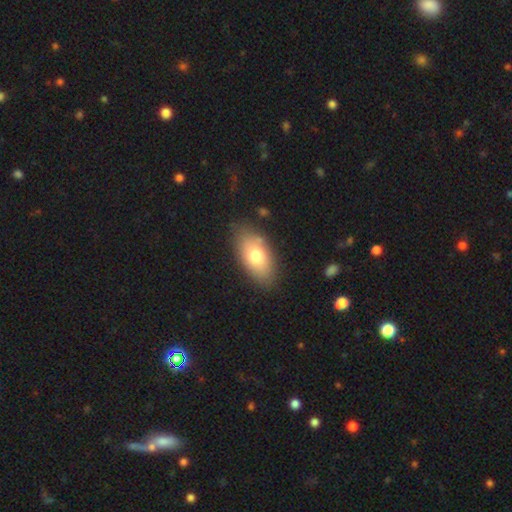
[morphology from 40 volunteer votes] Smooth or featured: smooth — 85% (featured or disk — 10%)
How rounded: in between — 97% (round — 3%)
Merging: none — 79% (minor disturbance — 21%)